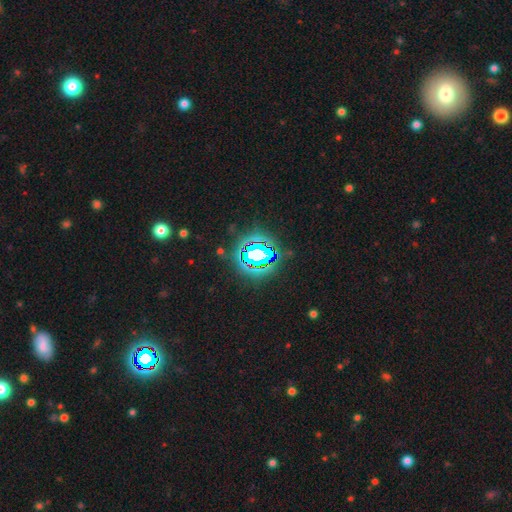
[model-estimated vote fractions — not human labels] A star or artifact, not a galaxy (77%).

Vote fractions:
- Smooth or featured? star or artifact: 77% / smooth: 12% / featured or disk: 10%